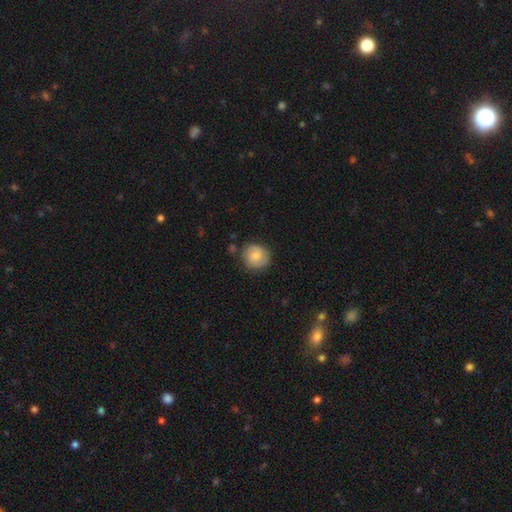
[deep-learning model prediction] Smooth or featured? smooth (68%)
How rounded? round (89%)
Merging? none (80%)